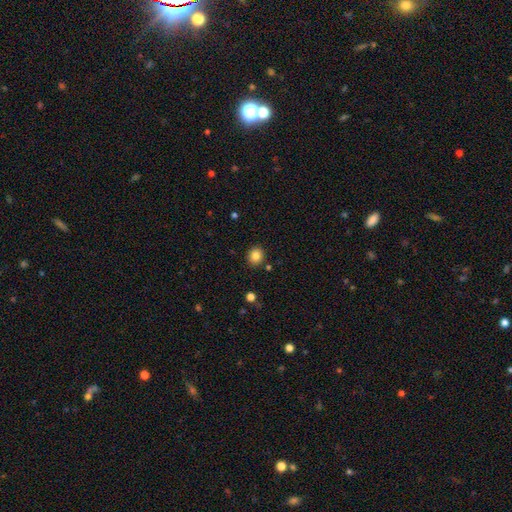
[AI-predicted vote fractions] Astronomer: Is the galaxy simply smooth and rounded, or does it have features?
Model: smooth — 83%.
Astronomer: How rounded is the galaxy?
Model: round — 78%.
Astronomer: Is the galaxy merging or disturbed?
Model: none — 88%.